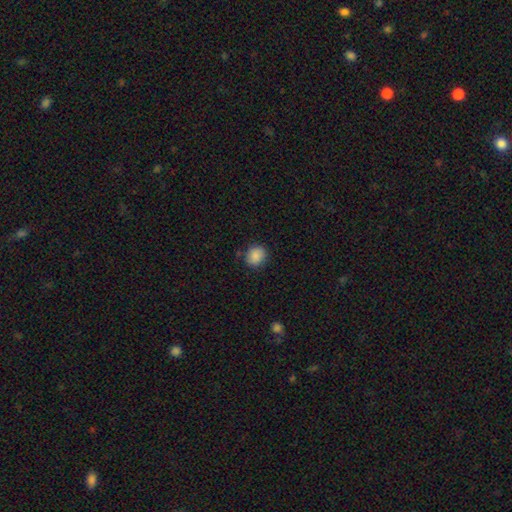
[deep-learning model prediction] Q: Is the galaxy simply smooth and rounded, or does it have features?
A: smooth — 87%.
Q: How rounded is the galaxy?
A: round — 72%.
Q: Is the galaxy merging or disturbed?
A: none — 83%.